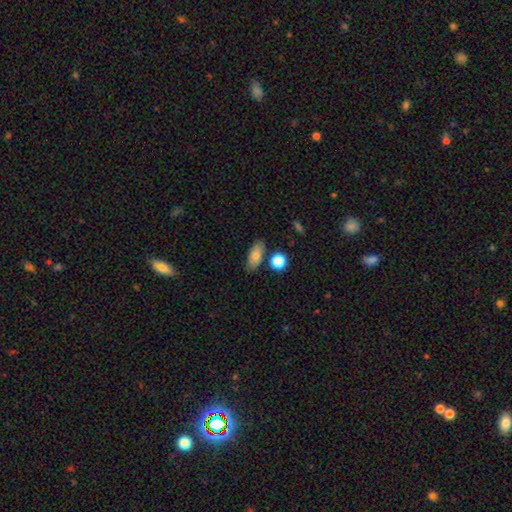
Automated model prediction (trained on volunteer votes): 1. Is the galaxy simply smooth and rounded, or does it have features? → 79% smooth, 13% featured or disk, 8% star or artifact.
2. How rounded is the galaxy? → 79% in between, 15% cigar-shaped, 6% round.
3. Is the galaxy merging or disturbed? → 77% none, 13% minor disturbance, 7% merger, 3% major disturbance.